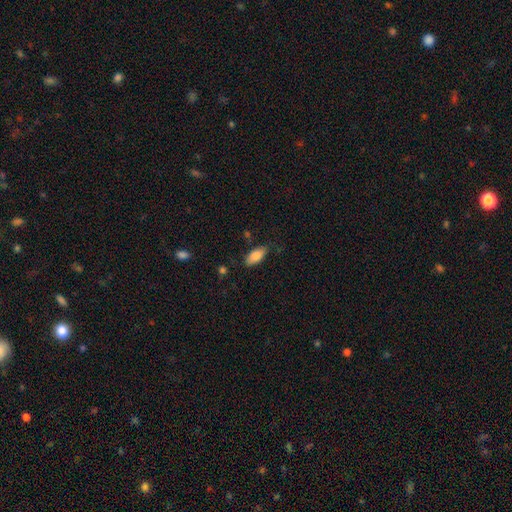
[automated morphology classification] Smooth or featured: smooth — 82% (featured or disk — 11%)
How rounded: in between — 86% (cigar-shaped — 12%)
Merging: none — 77% (minor disturbance — 17%)